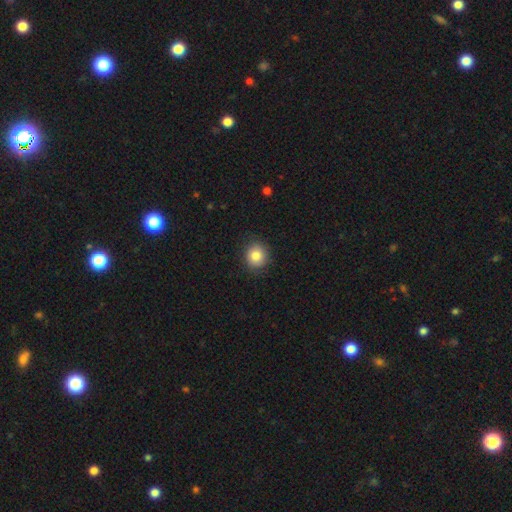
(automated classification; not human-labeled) smooth_or_featured: smooth (p=0.84) [alt: star or artifact p=0.10]
how_rounded: round (p=0.85) [alt: in between p=0.14]
merging: none (p=0.88) [alt: minor disturbance p=0.09]